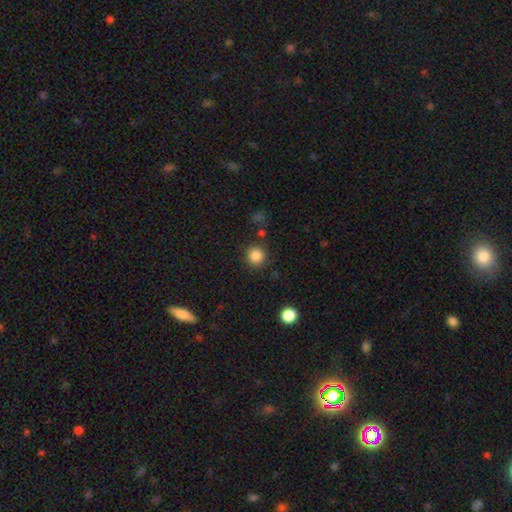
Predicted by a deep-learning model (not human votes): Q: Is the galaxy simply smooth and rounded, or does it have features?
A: smooth — 86%.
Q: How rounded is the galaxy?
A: round — 93%.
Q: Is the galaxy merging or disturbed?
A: none — 87%.